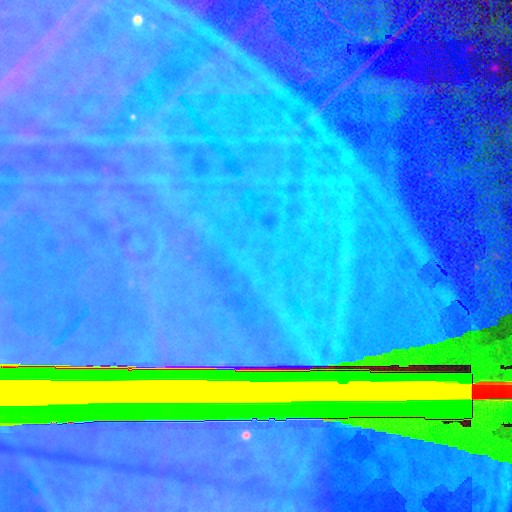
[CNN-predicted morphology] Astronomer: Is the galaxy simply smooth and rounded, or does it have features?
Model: star or artifact — 82%.